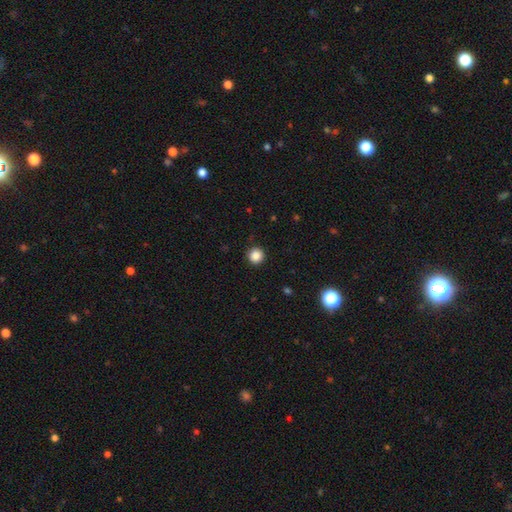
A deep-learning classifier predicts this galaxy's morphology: Q: Smooth or featured?
A: smooth (87%); runner-up: star or artifact (11%)
Q: How rounded?
A: round (95%); runner-up: in between (4%)
Q: Merging?
A: none (92%); runner-up: minor disturbance (5%)